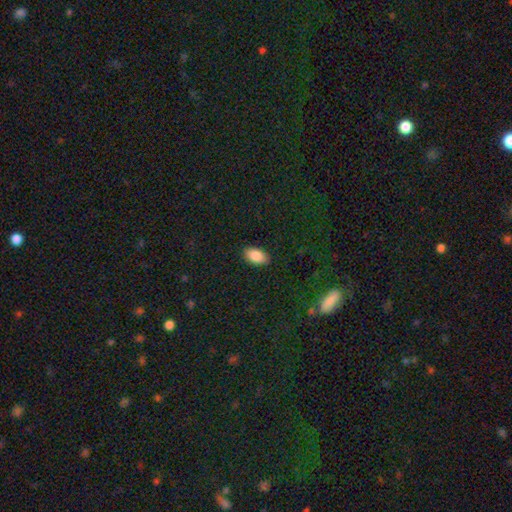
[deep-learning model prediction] This appears to be a smooth galaxy with no disk features (86%) that is in between round and cigar-shaped (93%). Merging: none (88%).